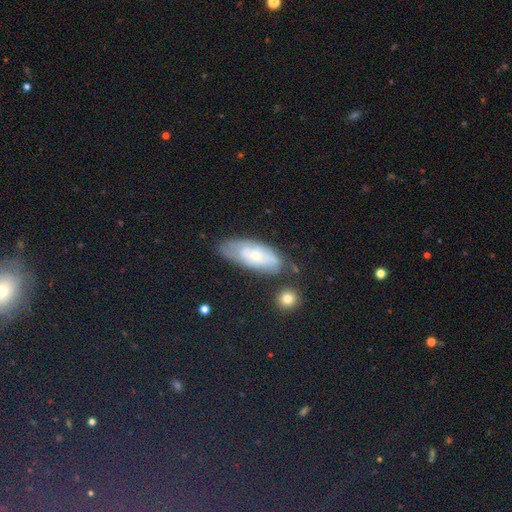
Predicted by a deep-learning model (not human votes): A featured or disk galaxy (49%). Merging: none (59%).